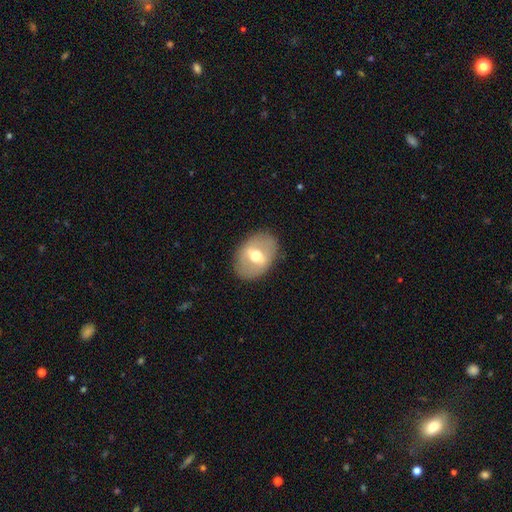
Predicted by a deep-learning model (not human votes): Q: Smooth or featured?
A: featured or disk (49%); runner-up: smooth (44%)
Q: Merging?
A: none (85%); runner-up: minor disturbance (10%)